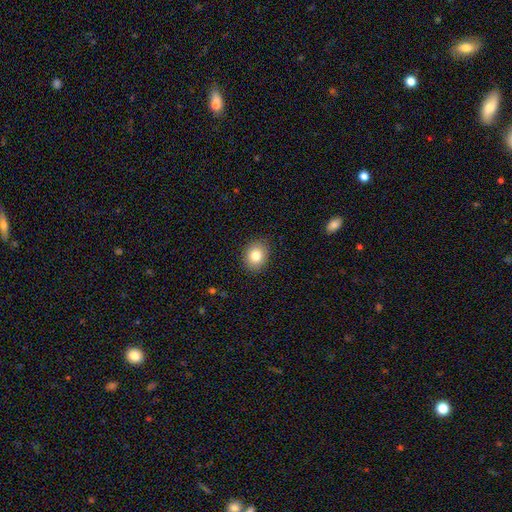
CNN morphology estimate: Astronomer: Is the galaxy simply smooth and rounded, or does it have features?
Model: smooth — 83%.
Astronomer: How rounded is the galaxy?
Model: round — 55% (runner-up: in between, 44%).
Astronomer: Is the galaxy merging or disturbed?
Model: none — 89%.